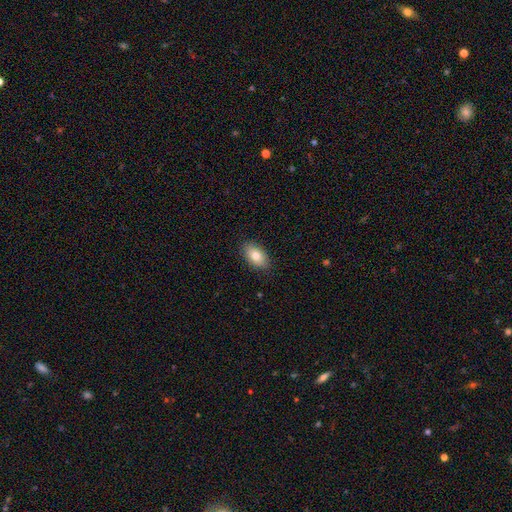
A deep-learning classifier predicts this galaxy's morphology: Overall: smooth (80%). How rounded: in between (93%). Merging: none (88%).